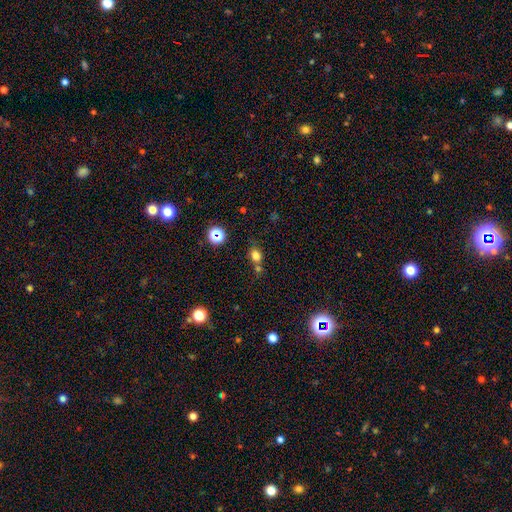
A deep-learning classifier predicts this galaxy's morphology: Overall: smooth (75%). How rounded: in between (49%; round 48%). Merging: none (57%; merger 23%).